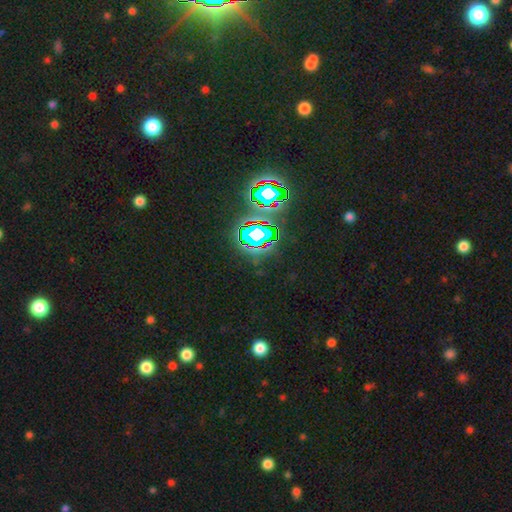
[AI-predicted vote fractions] A star or artifact, not a galaxy (81%).

Vote fractions:
- Smooth or featured? star or artifact: 81% / smooth: 12% / featured or disk: 8%